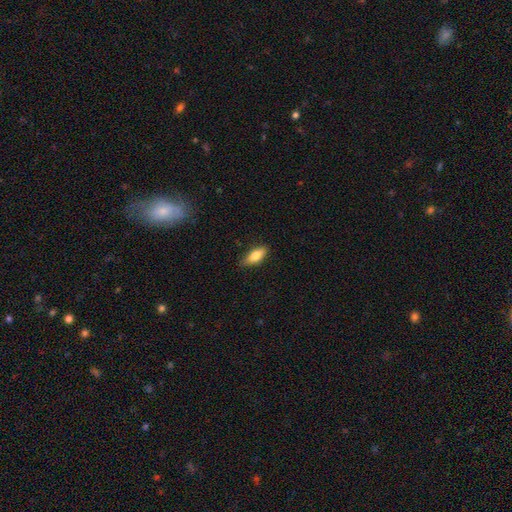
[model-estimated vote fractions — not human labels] Overall: smooth (79%). How rounded: in between (76%). Merging: none (80%).